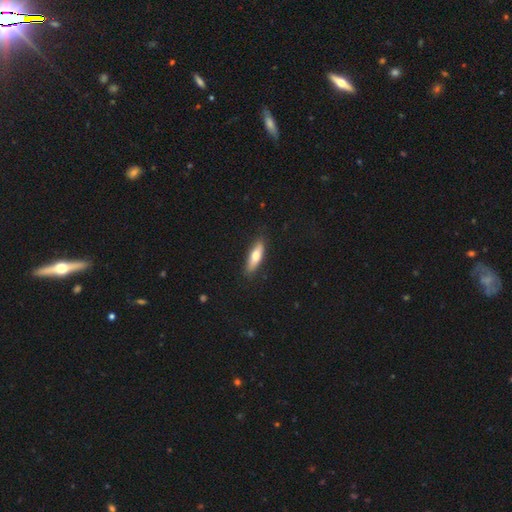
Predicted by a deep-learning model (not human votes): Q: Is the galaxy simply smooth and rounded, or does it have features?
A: smooth — 65%.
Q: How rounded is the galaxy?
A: cigar-shaped — 59%.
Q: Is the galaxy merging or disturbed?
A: none — 86%.